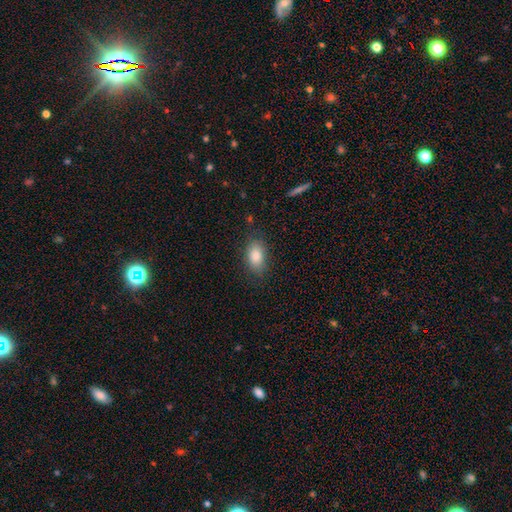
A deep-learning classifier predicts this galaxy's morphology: Q: Smooth or featured?
A: smooth (85%); runner-up: star or artifact (8%)
Q: How rounded?
A: in between (89%); runner-up: round (8%)
Q: Merging?
A: none (82%); runner-up: minor disturbance (13%)